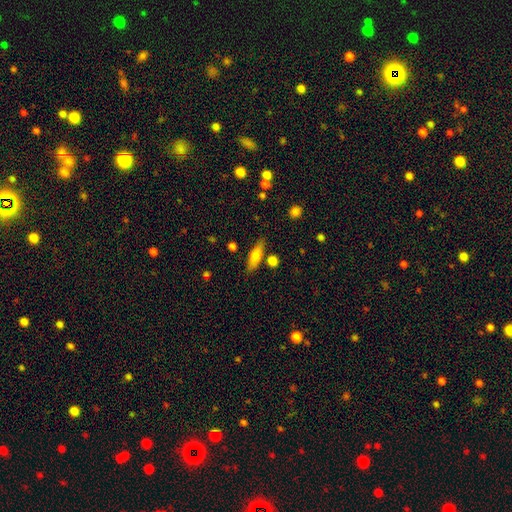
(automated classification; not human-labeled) smooth_or_featured: smooth (p=0.65) [alt: featured or disk p=0.28]
how_rounded: cigar-shaped (p=0.56) [alt: in between p=0.41]
merging: none (p=0.79) [alt: minor disturbance p=0.12]